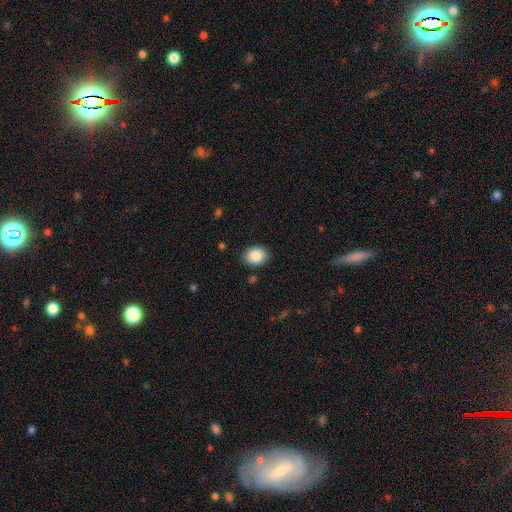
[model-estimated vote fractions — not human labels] Smooth or featured? Predicted: smooth (p=0.86). How rounded? Predicted: in between (p=0.56). Merging? Predicted: none (p=0.87).